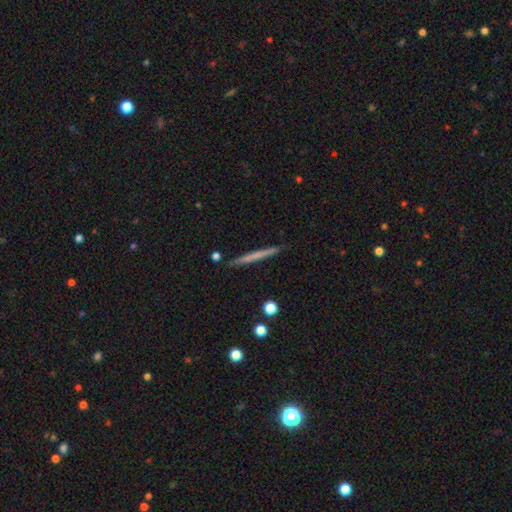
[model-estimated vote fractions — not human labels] Q: Smooth or featured?
A: smooth (52%); runner-up: featured or disk (42%)
Q: How rounded?
A: cigar-shaped (97%); runner-up: in between (2%)
Q: Merging?
A: none (91%); runner-up: minor disturbance (6%)